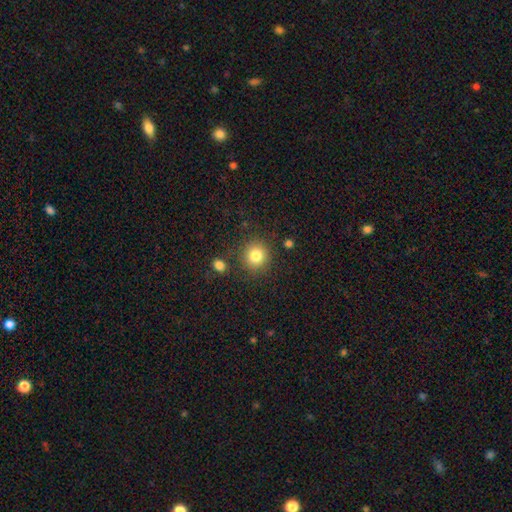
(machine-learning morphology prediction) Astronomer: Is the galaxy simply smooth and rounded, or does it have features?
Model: smooth — 82%.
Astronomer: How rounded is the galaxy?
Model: round — 91%.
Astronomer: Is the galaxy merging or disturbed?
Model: none — 86%.